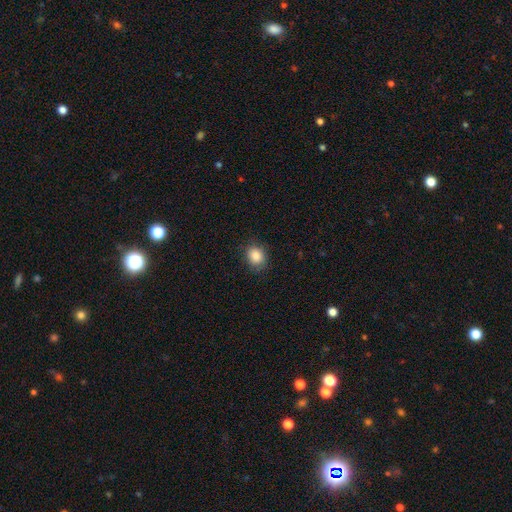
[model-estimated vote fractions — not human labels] smooth-or-featured: smooth: 86% | star or artifact: 9% | featured or disk: 5%
  how-rounded: round: 58% | in between: 41% | cigar-shaped: 1%
  merging: none: 82% | minor disturbance: 14% | major disturbance: 3% | merger: 1%